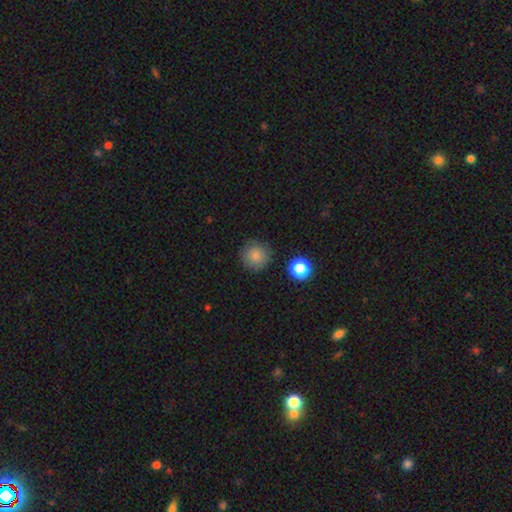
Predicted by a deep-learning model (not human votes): Overall: smooth (83%). How rounded: round (94%). Merging: none (83%).